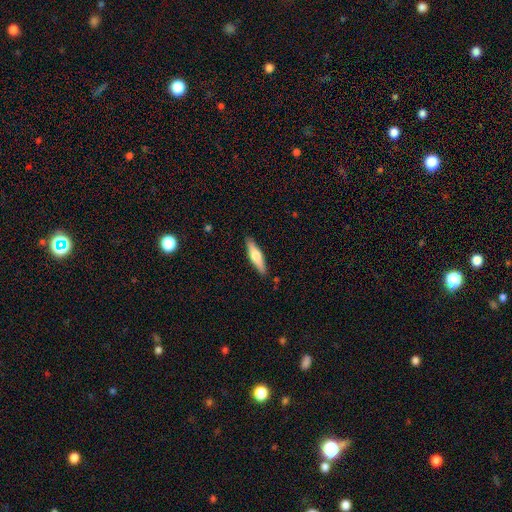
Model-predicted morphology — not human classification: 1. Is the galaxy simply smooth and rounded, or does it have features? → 52% smooth, 43% featured or disk, 5% star or artifact.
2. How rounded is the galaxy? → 73% cigar-shaped, 25% in between, 2% round.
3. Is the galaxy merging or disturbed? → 88% none, 8% minor disturbance, 2% major disturbance, 1% merger.